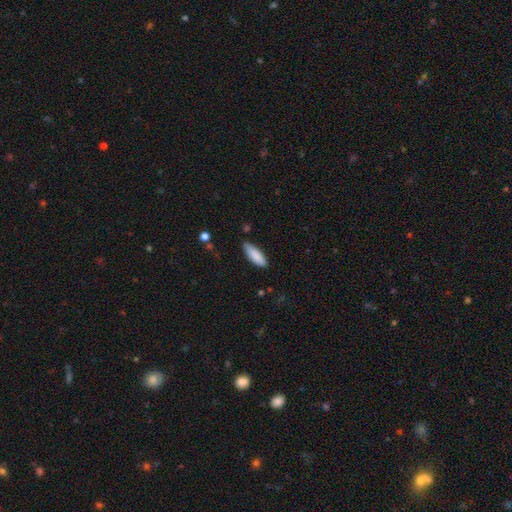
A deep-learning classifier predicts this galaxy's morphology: A smooth galaxy with no disk features (88%) that is in between round and cigar-shaped (60%). Merging: none (81%).